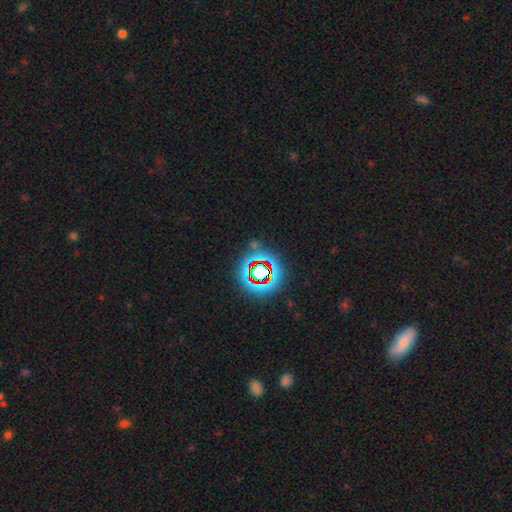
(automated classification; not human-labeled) Smooth or featured? star or artifact (61%)